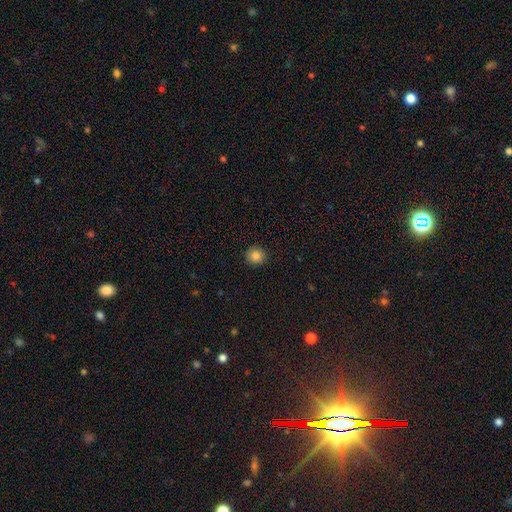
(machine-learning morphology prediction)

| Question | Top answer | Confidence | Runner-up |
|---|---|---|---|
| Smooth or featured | smooth | 85% | star or artifact (10%) |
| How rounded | round | 93% | in between (6%) |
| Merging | none | 92% | minor disturbance (5%) |